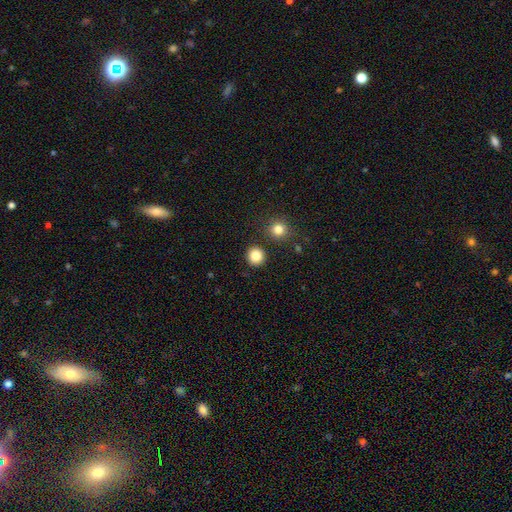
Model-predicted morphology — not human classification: Smooth or featured?
  - smooth: 84% *
  - star or artifact: 11%
  - featured or disk: 5%
How rounded?
  - round: 93% *
  - in between: 6%
  - cigar-shaped: 1%
Merging?
  - none: 90% *
  - minor disturbance: 5%
  - merger: 3%
  - major disturbance: 2%